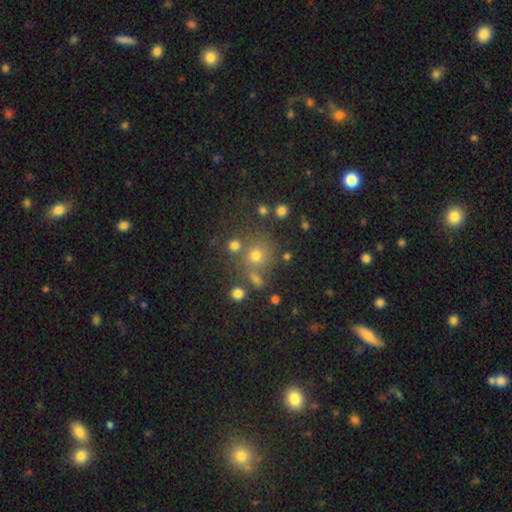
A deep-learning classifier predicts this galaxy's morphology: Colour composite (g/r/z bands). It shows a smooth galaxy with no disk features (67%) that is round (88%). Merging: none (67%).